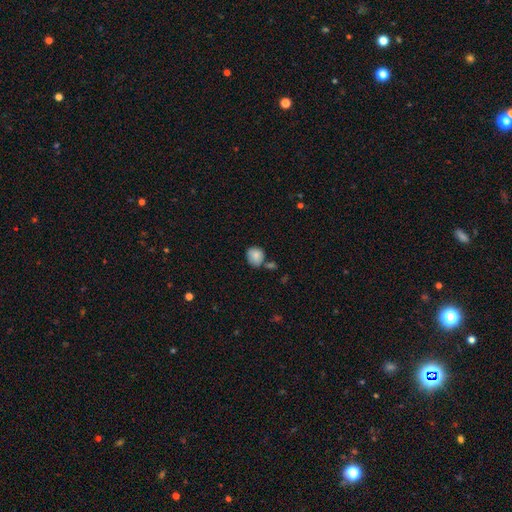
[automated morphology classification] smooth 84%, star or artifact 8%, featured or disk 8%. Down the decision tree: how rounded — round (70%); merging — none (57%).